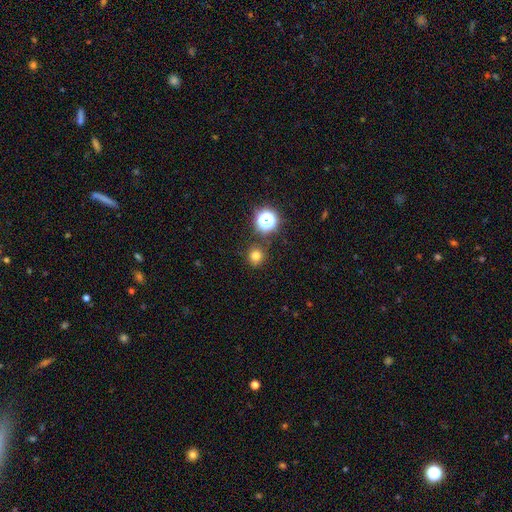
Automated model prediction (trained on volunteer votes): Q: Smooth or featured?
A: smooth (75%); runner-up: star or artifact (19%)
Q: How rounded?
A: round (91%); runner-up: in between (8%)
Q: Merging?
A: none (87%); runner-up: minor disturbance (7%)